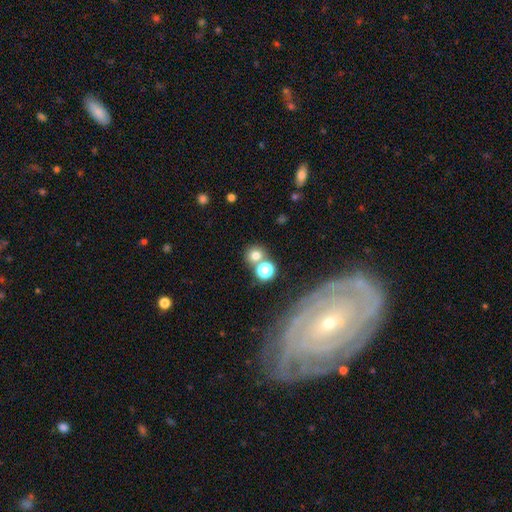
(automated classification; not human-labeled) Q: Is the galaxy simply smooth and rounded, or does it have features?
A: smooth — 72%.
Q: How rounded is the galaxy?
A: round — 86%.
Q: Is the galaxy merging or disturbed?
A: none — 65%.